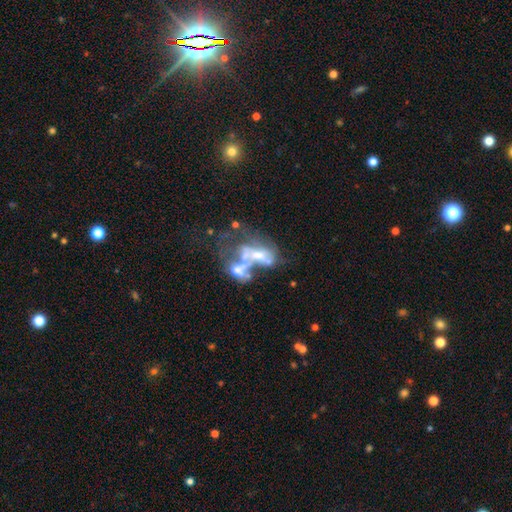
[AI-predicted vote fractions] Morphology: type=featured or disk (62%); edge-on=no (97%); bar=no (85%); spiral arms=no (89%); bulge=none (38%); merging=merger (57%).